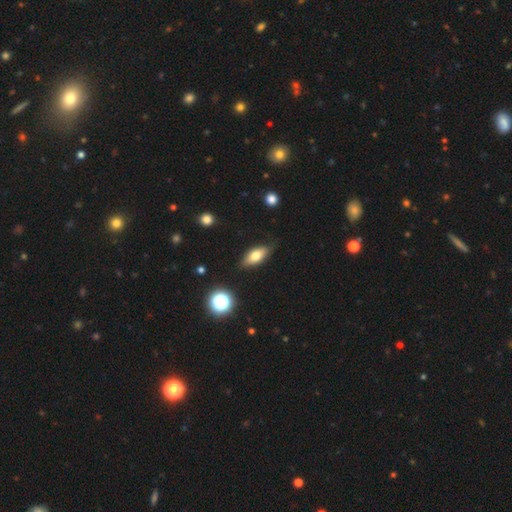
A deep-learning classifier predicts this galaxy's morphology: A smooth galaxy with no disk features (69%) that is in between round and cigar-shaped (77%). Merging: none (81%).